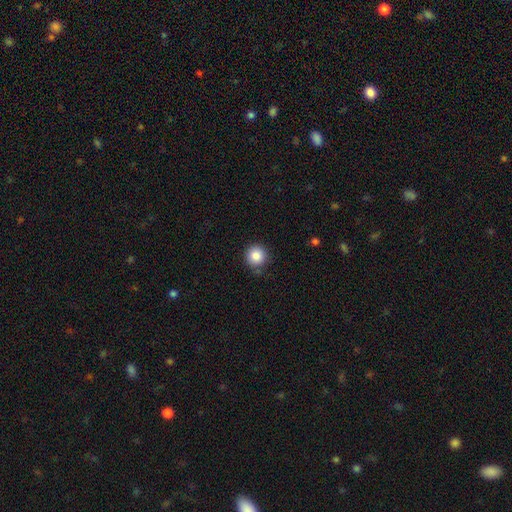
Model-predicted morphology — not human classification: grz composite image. It shows a smooth galaxy with no disk features (86%) that is round (95%). Merging: none (84%).